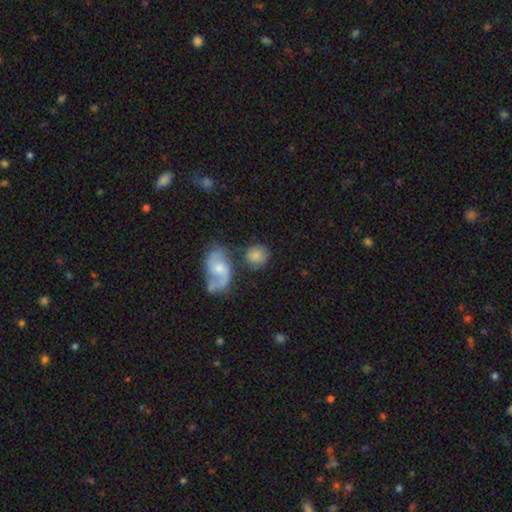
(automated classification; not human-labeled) Smooth or featured? smooth (65%)
How rounded? round (80%)
Merging? none (60%)